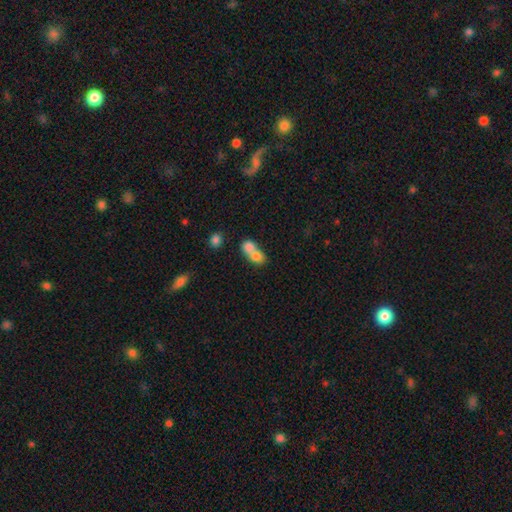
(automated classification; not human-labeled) Smooth or featured? smooth (75%)
How rounded? in between (51%)
Merging? merger (75%)